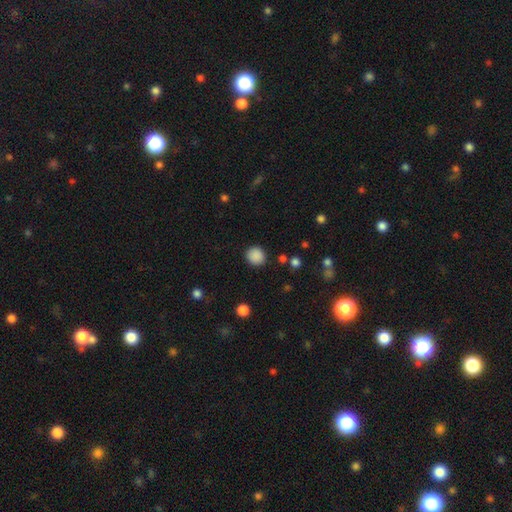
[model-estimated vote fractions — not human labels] The model was most divided on "how rounded": round: 85%, in between: 14%, cigar-shaped: 1%. More confident: merging — none (88%); smooth or featured — smooth (87%).